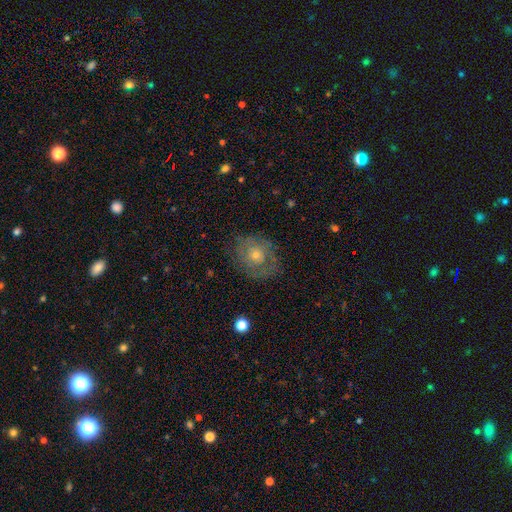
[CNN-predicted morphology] A featured or disk galaxy (53%) with no bar (86%), spiral arms (58%) and a small central bulge (55%).

Vote fractions:
- Smooth or featured? featured or disk: 53% / smooth: 37% / star or artifact: 10%
- Edge-on disk? no: 96% / yes: 4%
- Bar? no: 86% / weak: 12% / strong: 2%
- Spiral arms? yes: 58% / no: 42%
- Bulge size? small: 55% / moderate: 40% / large: 3% / none: 2% / dominant: 1%
- Merging? none: 71% / minor disturbance: 17% / major disturbance: 10% / merger: 1%